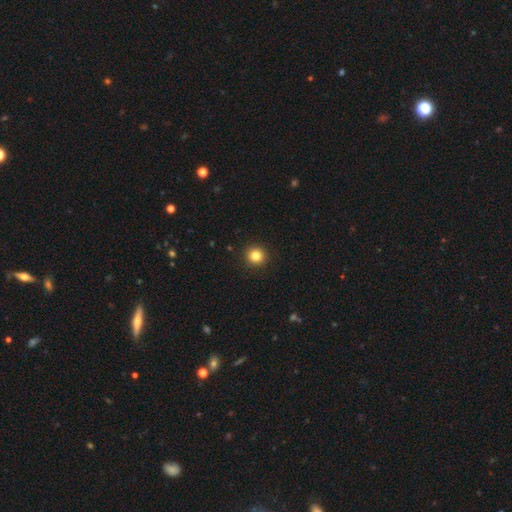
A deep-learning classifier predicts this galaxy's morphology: Smooth or featured? Predicted: smooth (p=0.83). How rounded? Predicted: round (p=0.95). Merging? Predicted: none (p=0.93).